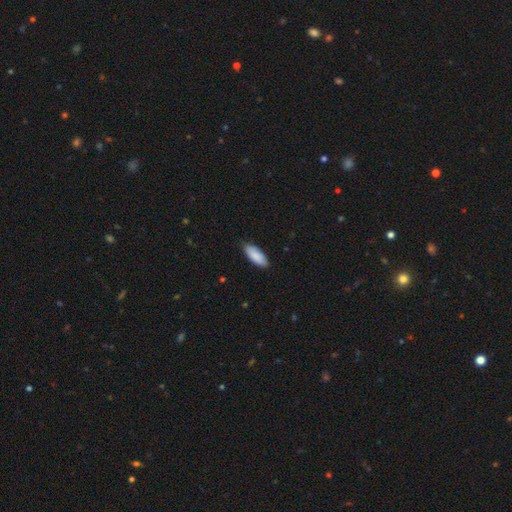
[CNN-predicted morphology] Smooth or featured: smooth — 88% (featured or disk — 7%)
How rounded: in between — 78% (cigar-shaped — 20%)
Merging: none — 86% (minor disturbance — 12%)